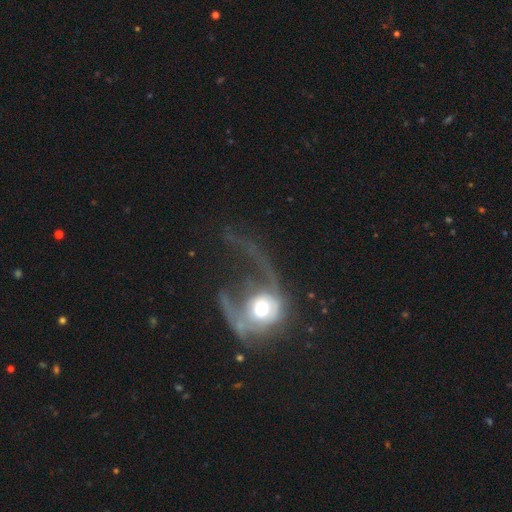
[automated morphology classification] The model was most divided on "spiral arms": yes: 56%, no: 44%. More confident: edge-on disk — no (94%); bar — no (77%); merging — major disturbance (63%); smooth or featured — featured or disk (60%); bulge size — moderate (60%).